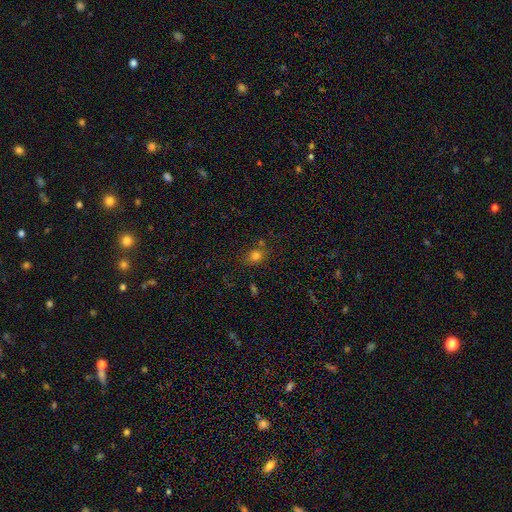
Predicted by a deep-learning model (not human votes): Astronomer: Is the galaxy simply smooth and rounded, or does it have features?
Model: smooth — 78%.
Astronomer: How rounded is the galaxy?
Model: round — 61% (runner-up: in between, 38%).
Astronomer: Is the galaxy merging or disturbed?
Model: none — 72%.